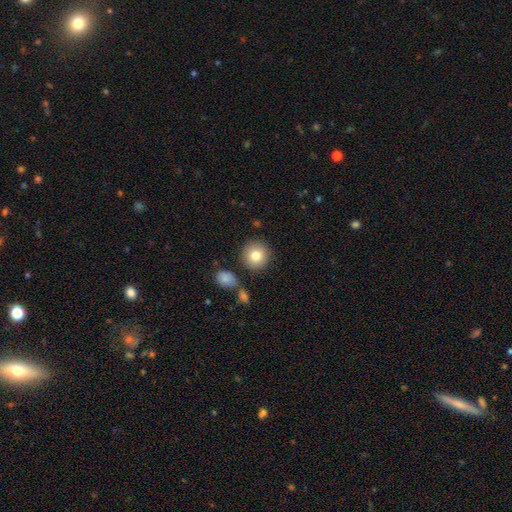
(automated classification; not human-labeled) smooth 81%, featured or disk 10%, star or artifact 8%. Down the decision tree: how rounded — round (92%); merging — none (84%).